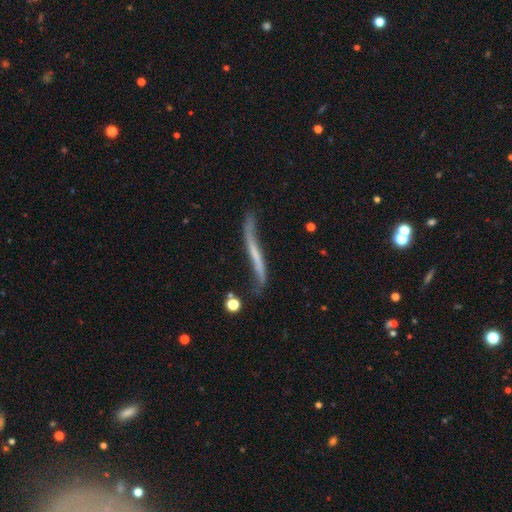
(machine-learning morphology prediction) This is likely a featured or disk galaxy (67%). It is likely viewed edge-on (61%). Merging: possibly none (49%).